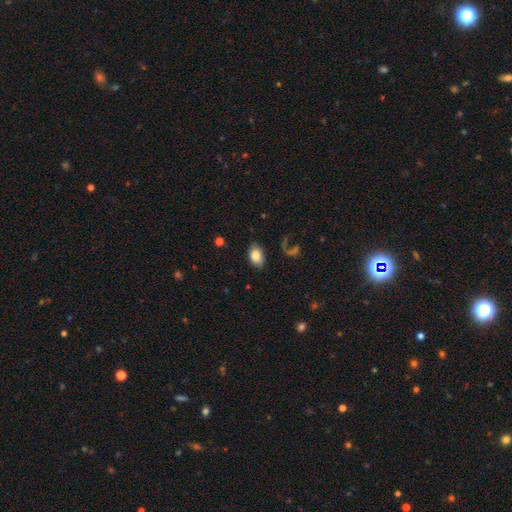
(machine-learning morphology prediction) Smooth or featured? Predicted: smooth (p=0.83). How rounded? Predicted: in between (p=0.90). Merging? Predicted: none (p=0.76).